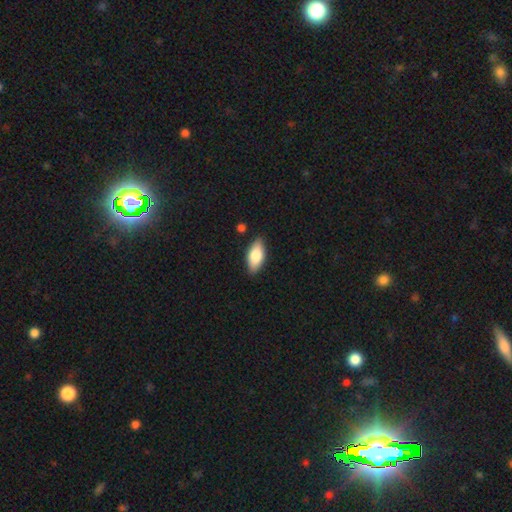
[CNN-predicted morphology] smooth_or_featured: smooth (p=0.77) [alt: featured or disk p=0.17]
how_rounded: in between (p=0.87) [alt: cigar-shaped p=0.10]
merging: none (p=0.85) [alt: minor disturbance p=0.11]